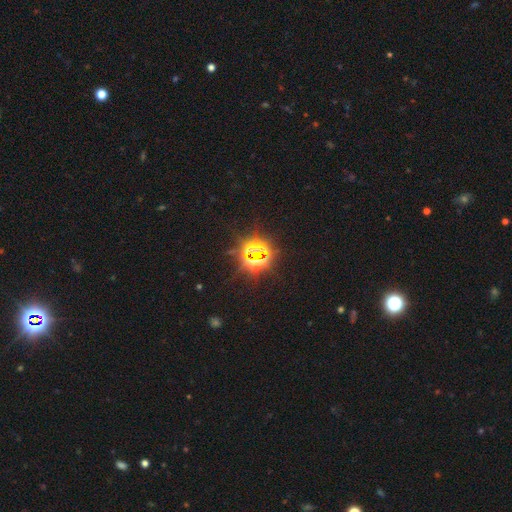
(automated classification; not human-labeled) Smooth or featured: star or artifact — 72% (smooth — 16%)